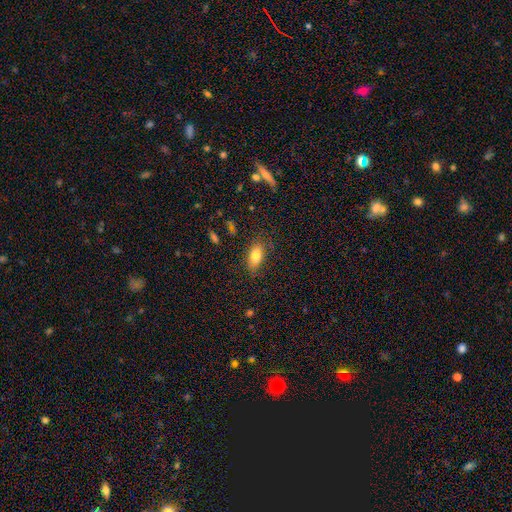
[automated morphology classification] Q: Smooth or featured?
A: smooth (80%); runner-up: featured or disk (11%)
Q: How rounded?
A: in between (87%); runner-up: cigar-shaped (7%)
Q: Merging?
A: none (81%); runner-up: minor disturbance (14%)